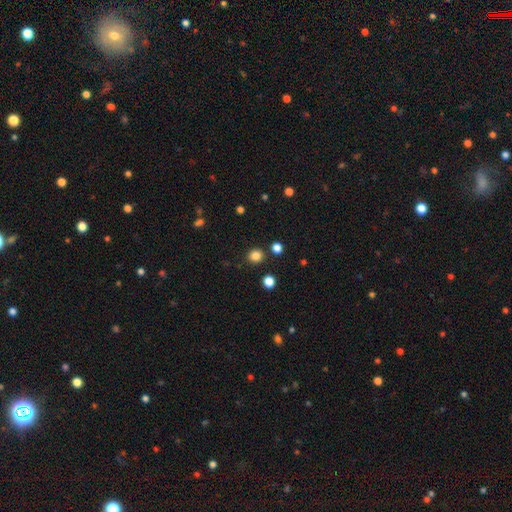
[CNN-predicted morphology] The model was most divided on "smooth or featured": smooth: 83%, star or artifact: 13%, featured or disk: 4%. More confident: how rounded — round (88%); merging — none (87%).